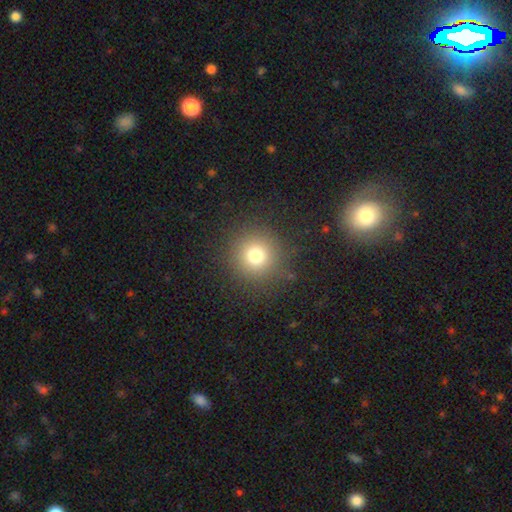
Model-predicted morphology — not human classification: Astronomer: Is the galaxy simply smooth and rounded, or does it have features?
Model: smooth — 76%.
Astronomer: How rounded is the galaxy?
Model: round — 94%.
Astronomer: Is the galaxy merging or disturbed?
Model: none — 88%.